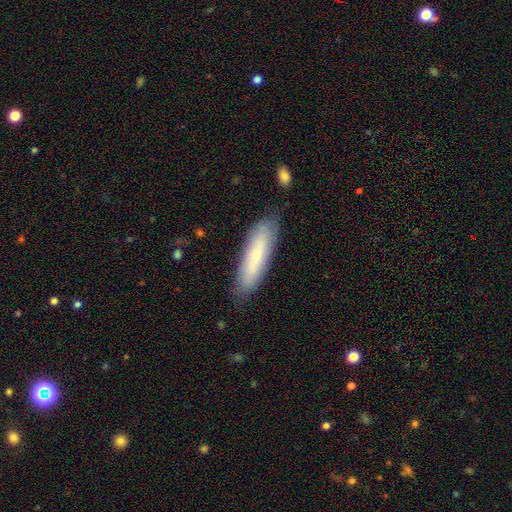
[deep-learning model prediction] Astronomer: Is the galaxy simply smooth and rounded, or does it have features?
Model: smooth — 67%.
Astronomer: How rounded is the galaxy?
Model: cigar-shaped — 65%.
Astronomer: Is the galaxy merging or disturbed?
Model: none — 82%.